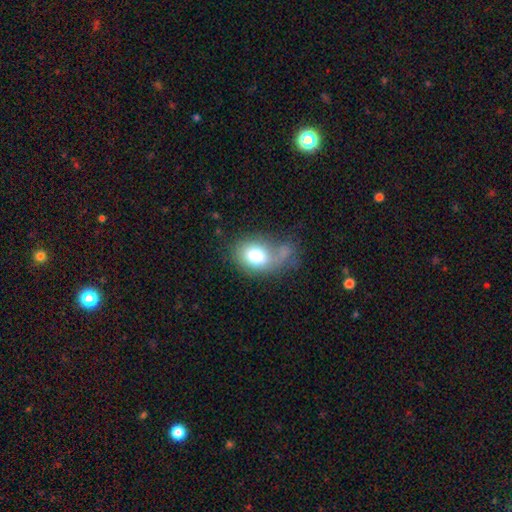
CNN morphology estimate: This is likely a smooth galaxy (77%). How rounded: likely in between (70%). Merging: marginally none (37%).